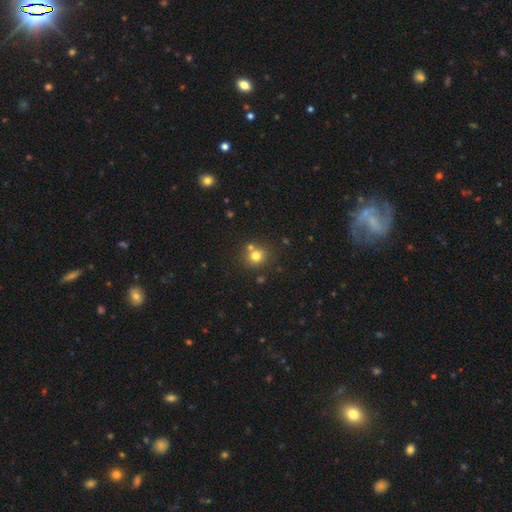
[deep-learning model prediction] This is likely a smooth galaxy (75%). How rounded: clearly round (84%). Merging: likely none (67%).